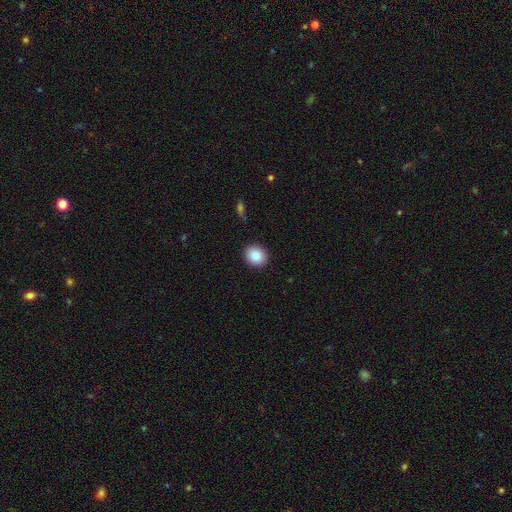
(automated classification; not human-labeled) Q: Smooth or featured?
A: smooth (86%); runner-up: star or artifact (8%)
Q: How rounded?
A: round (75%); runner-up: in between (24%)
Q: Merging?
A: none (91%); runner-up: minor disturbance (6%)